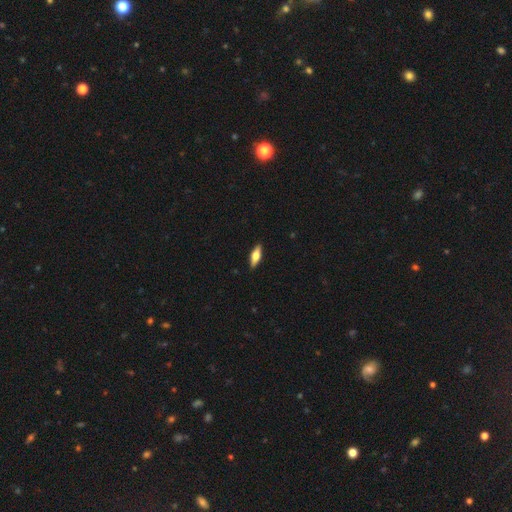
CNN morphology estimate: The model was most divided on "smooth or featured": smooth: 55%, featured or disk: 39%, star or artifact: 6%. More confident: merging — none (89%); how rounded — in between (61%).